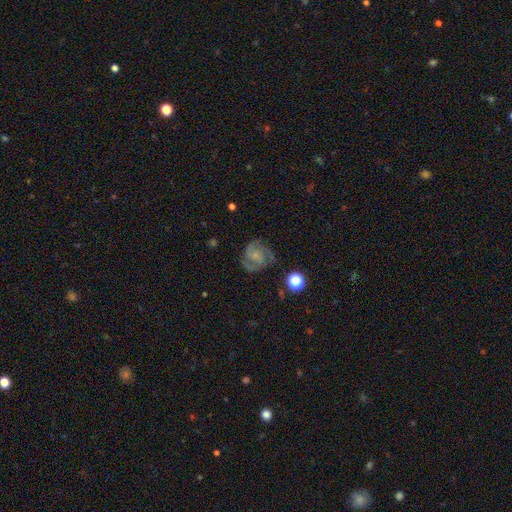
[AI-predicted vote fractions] Q: Smooth or featured?
A: featured or disk (77%); runner-up: smooth (15%)
Q: Edge-on disk?
A: no (98%); runner-up: yes (2%)
Q: Bar?
A: no (66%); runner-up: weak (29%)
Q: Spiral arms?
A: yes (95%); runner-up: no (5%)
Q: Spiral winding?
A: medium (49%); runner-up: tight (40%)
Q: Spiral arm count?
A: 3 (41%); runner-up: 2 (30%)
Q: Bulge size?
A: small (64%); runner-up: none (17%)
Q: Merging?
A: none (71%); runner-up: minor disturbance (18%)